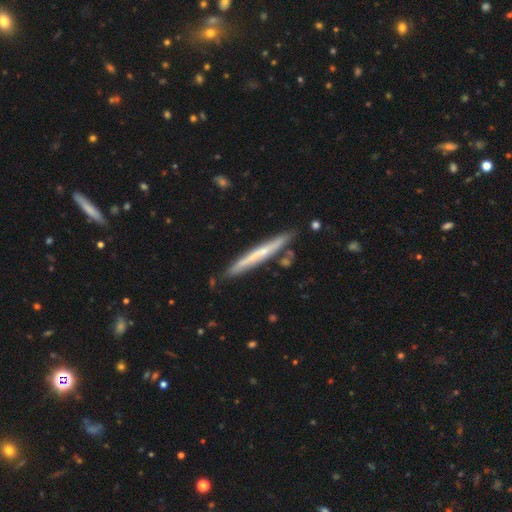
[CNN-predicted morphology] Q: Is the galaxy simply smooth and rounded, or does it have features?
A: featured or disk — 53%.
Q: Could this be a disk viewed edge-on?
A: yes — 95%.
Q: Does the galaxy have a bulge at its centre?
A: none — 68%.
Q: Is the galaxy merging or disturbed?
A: none — 84%.